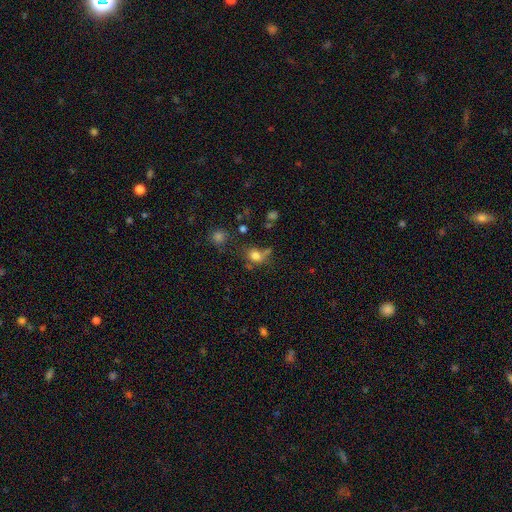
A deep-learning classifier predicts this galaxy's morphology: The model was most divided on "how rounded": round: 55%, in between: 43%, cigar-shaped: 2%. More confident: smooth or featured — smooth (76%); merging — none (50%).